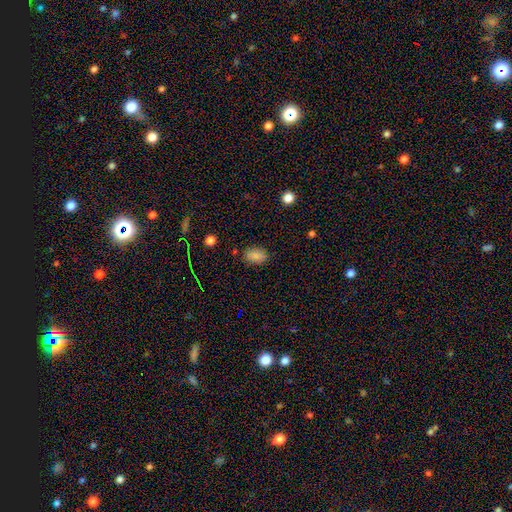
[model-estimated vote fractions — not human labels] Q: Smooth or featured?
A: smooth (83%); runner-up: star or artifact (10%)
Q: How rounded?
A: in between (87%); runner-up: round (11%)
Q: Merging?
A: none (82%); runner-up: minor disturbance (13%)